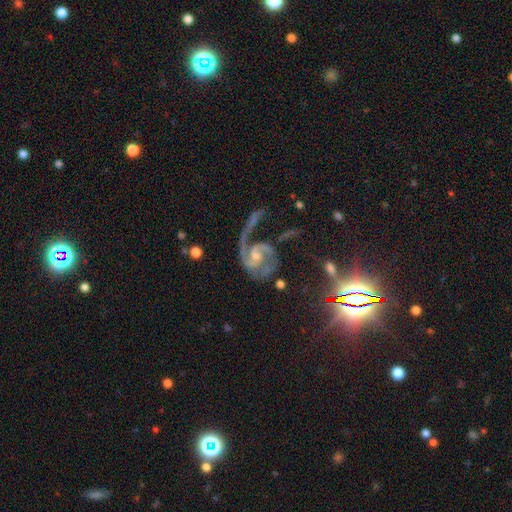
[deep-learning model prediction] Overall: featured or disk (88%). Edge-on disk: no (98%). Bar: no (50%; weak 38%). Spiral arms: yes (97%). Spiral arm count: 2 (66%). Spiral winding: medium (51%; loose 26%). Bulge size: small (53%; moderate 38%). Merging: none (38%; major disturbance 36%).